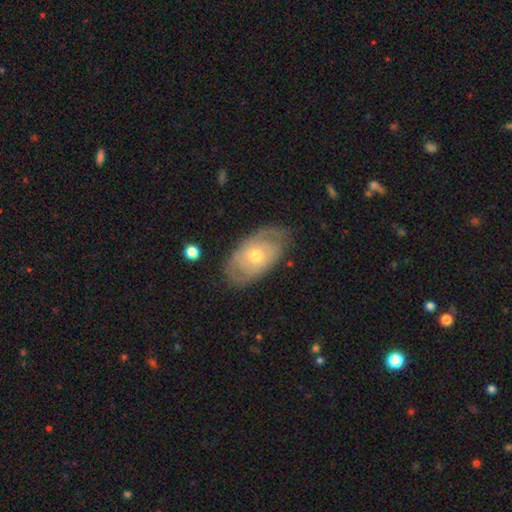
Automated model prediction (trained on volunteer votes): smooth-or-featured: featured or disk: 67% | smooth: 27% | star or artifact: 6%
  disk-edge-on: no: 92% | yes: 8%
    bar: no: 78% | weak: 19% | strong: 3%
    has-spiral-arms: yes: 76% | no: 24%
    bulge-size: moderate: 60% | small: 36% | large: 3% | none: 1% | dominant: 1%
  merging: none: 72% | minor disturbance: 21% | major disturbance: 6% | merger: 1%